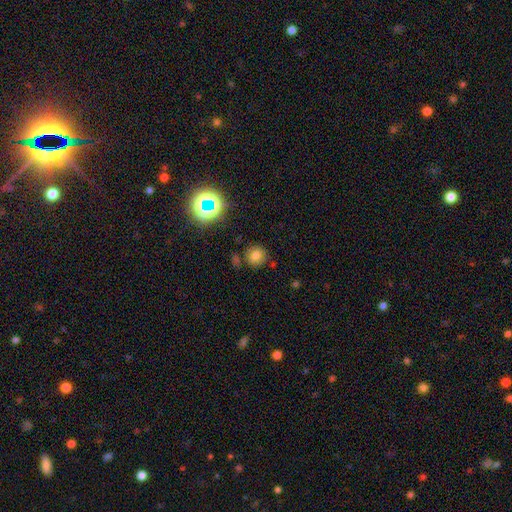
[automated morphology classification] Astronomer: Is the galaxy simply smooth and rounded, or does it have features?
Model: smooth — 73%.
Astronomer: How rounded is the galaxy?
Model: round — 90%.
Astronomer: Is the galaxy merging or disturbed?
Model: none — 81%.